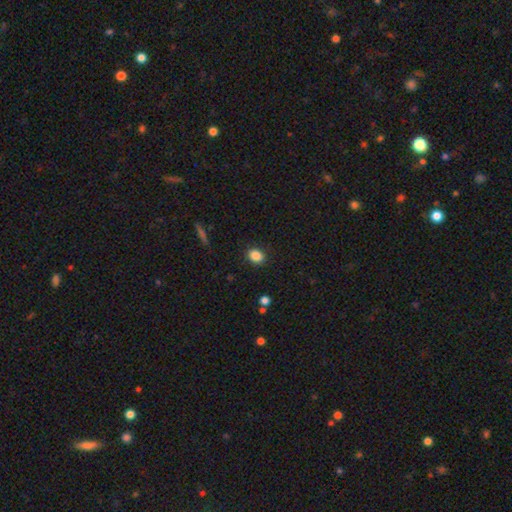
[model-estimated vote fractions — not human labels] smooth-or-featured: smooth: 86% | star or artifact: 10% | featured or disk: 4%
  how-rounded: in between: 56% | round: 43% | cigar-shaped: 1%
  merging: none: 89% | minor disturbance: 8% | major disturbance: 2% | merger: 1%